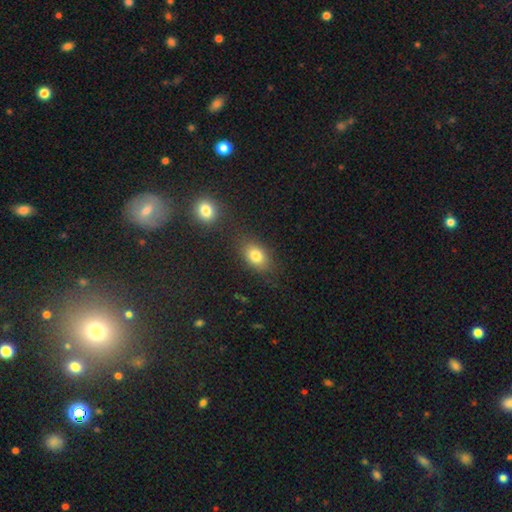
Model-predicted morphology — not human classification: Smooth or featured?
  - smooth: 80% *
  - star or artifact: 11%
  - featured or disk: 9%
How rounded?
  - in between: 76% *
  - round: 22%
  - cigar-shaped: 2%
Merging?
  - none: 75% *
  - minor disturbance: 13%
  - merger: 8%
  - major disturbance: 4%